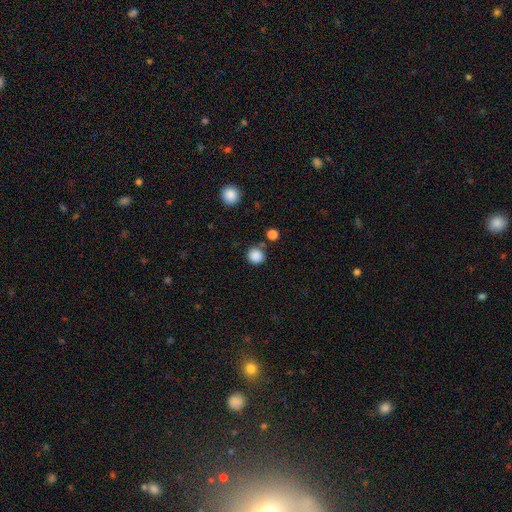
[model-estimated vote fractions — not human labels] Smooth or featured? smooth (86%)
How rounded? round (92%)
Merging? none (80%)